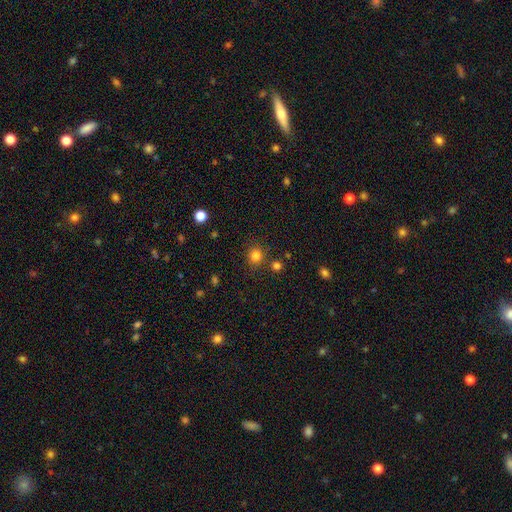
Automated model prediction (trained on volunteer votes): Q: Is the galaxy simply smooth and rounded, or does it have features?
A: smooth — 82%.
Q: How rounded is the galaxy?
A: round — 87%.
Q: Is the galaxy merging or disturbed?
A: none — 83%.